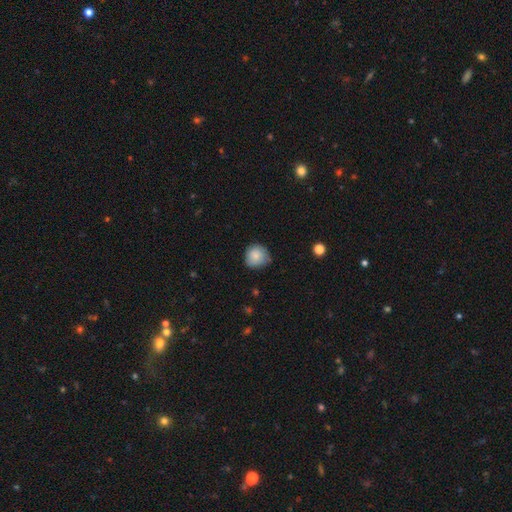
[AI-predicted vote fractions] A smooth galaxy with no disk features (84%) that is round (89%). Merging: none (69%).